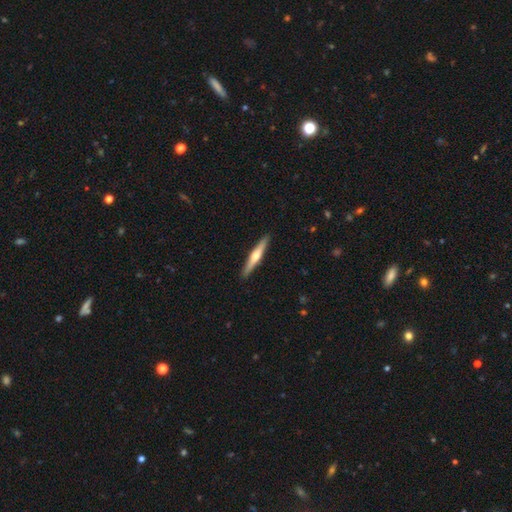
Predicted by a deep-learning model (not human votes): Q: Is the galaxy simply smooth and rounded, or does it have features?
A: featured or disk — 55%.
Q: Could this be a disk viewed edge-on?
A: yes — 97%.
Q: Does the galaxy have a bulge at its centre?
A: rounded — 85%.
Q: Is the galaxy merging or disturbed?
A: none — 91%.